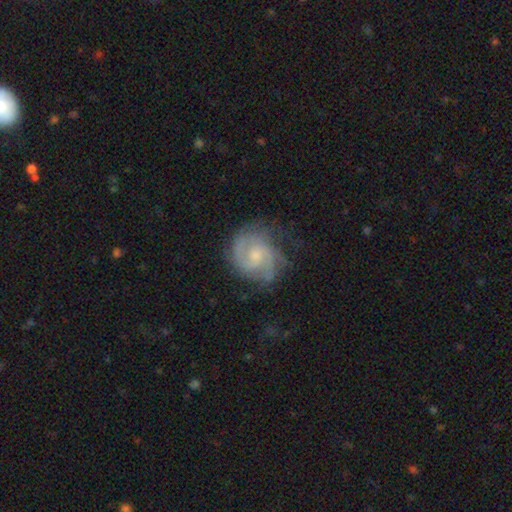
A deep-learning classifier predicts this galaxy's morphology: A featured or disk galaxy (82%) with no bar (55%), 2 (58%) tight (44%, tied with medium) spiral arms (96%) and a small central bulge (50%).

Vote fractions:
- Smooth or featured? featured or disk: 82% / smooth: 12% / star or artifact: 6%
- Edge-on disk? no: 98% / yes: 2%
- Bar? no: 55% / weak: 40% / strong: 5%
- Spiral arms? yes: 96% / no: 4%
- Spiral winding? tight: 44% (tied) / medium: 44% (tied) / loose: 12%
- Spiral arm count? 2: 58% / 3: 16% / can't tell: 16% / 1: 4% / 4: 3% / more than 4: 3%
- Bulge size? small: 50% / moderate: 40% / none: 7% / large: 2% / dominant: 1%
- Merging? none: 67% / minor disturbance: 21% / major disturbance: 10% / merger: 1%